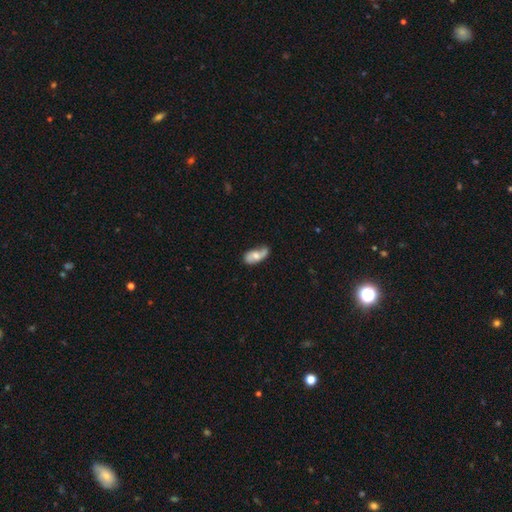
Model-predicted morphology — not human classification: Smooth or featured: featured or disk — 47% (smooth — 46%)
Merging: none — 47% (minor disturbance — 33%)